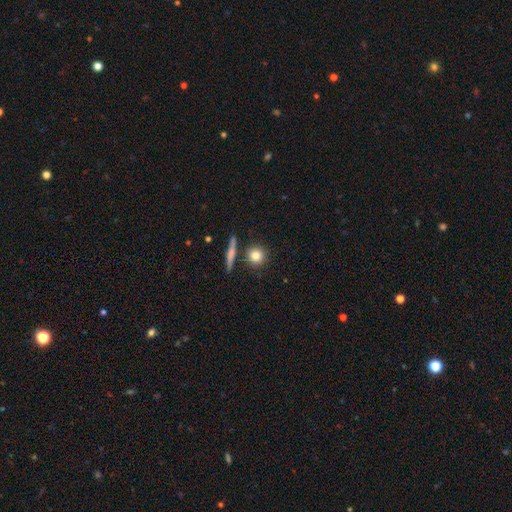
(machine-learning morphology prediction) A smooth galaxy with no disk features (80%) that is round (87%).

Vote fractions:
- Smooth or featured? smooth: 80% / featured or disk: 11% / star or artifact: 9%
- How rounded? round: 87% / in between: 10% / cigar-shaped: 3%
- Merging? none: 80% / merger: 9% / minor disturbance: 8% / major disturbance: 3%